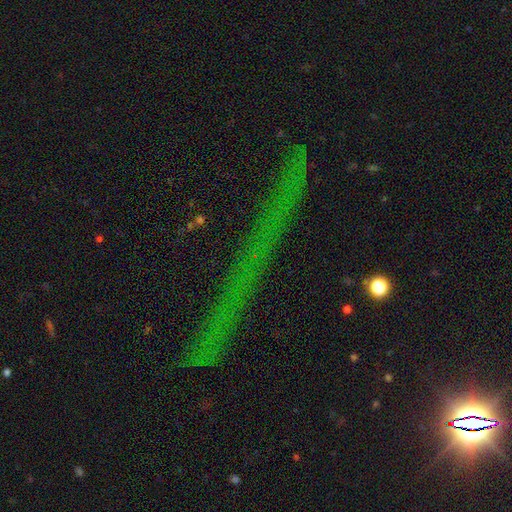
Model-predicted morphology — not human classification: Smooth or featured?
  - star or artifact: 78% *
  - featured or disk: 11%
  - smooth: 11%